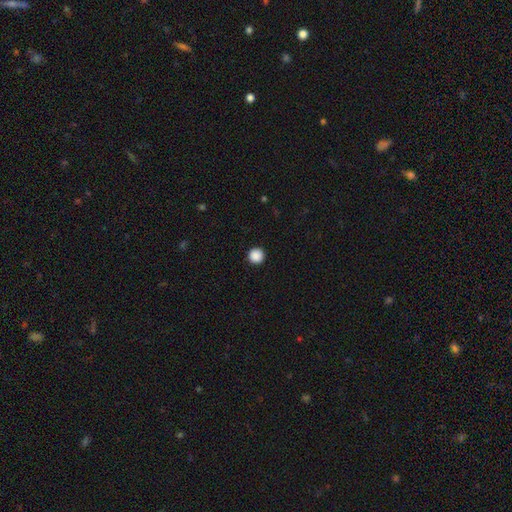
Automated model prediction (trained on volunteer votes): This appears to be a smooth galaxy with no disk features (89%) that is round (96%). Merging: none (94%).